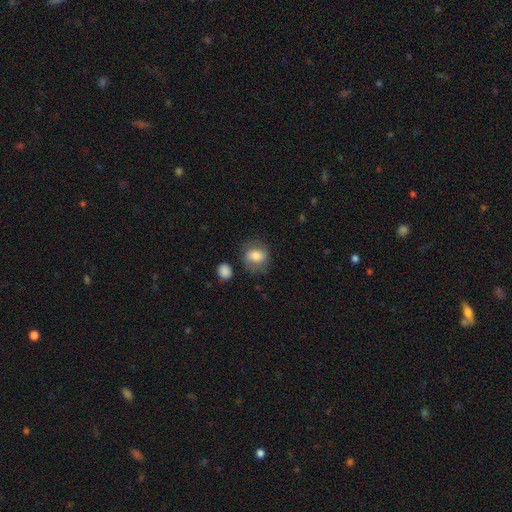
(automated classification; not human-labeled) This appears to be a smooth galaxy with no disk features (71%) that is round (55%). Merging: none (68%).